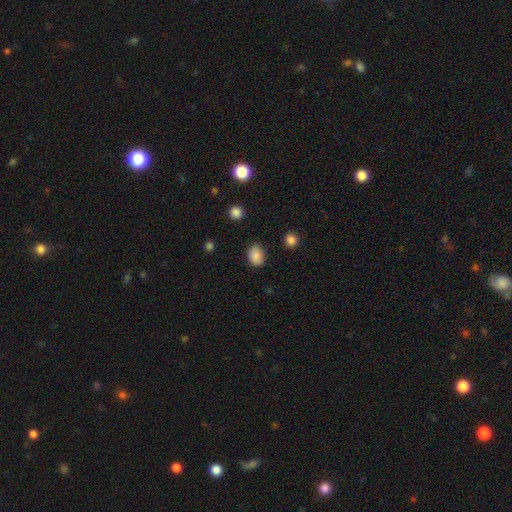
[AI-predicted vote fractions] This is clearly a smooth galaxy (87%). How rounded: likely in between (64%). Merging: clearly none (84%).